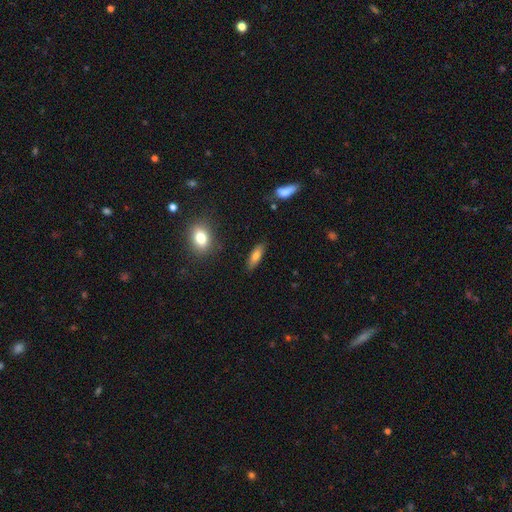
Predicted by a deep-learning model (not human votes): A smooth galaxy with no disk features (76%) that is in between round and cigar-shaped (55%). Merging: none (85%).